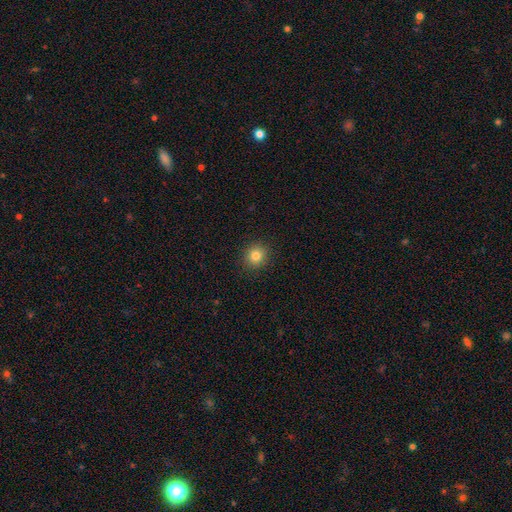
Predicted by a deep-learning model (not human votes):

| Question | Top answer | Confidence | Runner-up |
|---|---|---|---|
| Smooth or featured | smooth | 82% | star or artifact (12%) |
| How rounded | round | 87% | in between (12%) |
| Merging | none | 91% | minor disturbance (6%) |